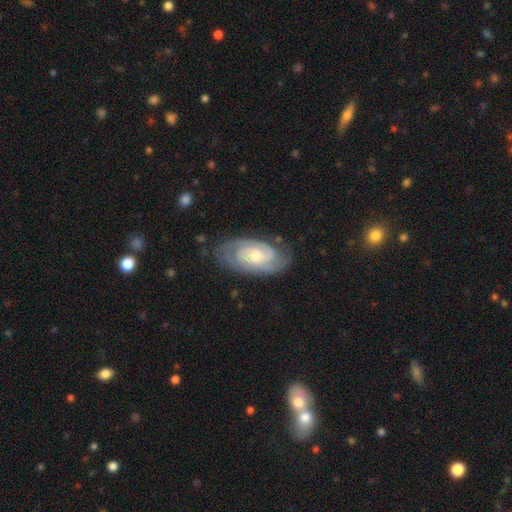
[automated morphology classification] Smooth or featured? featured or disk (85%)
Edge-on disk? no (96%)
Bar? no (65%)
Spiral arms? yes (97%)
Spiral winding? tight (66%)
Spiral arm count? 2 (66%)
Bulge size? small (46%, tied with moderate)
Merging? none (77%)